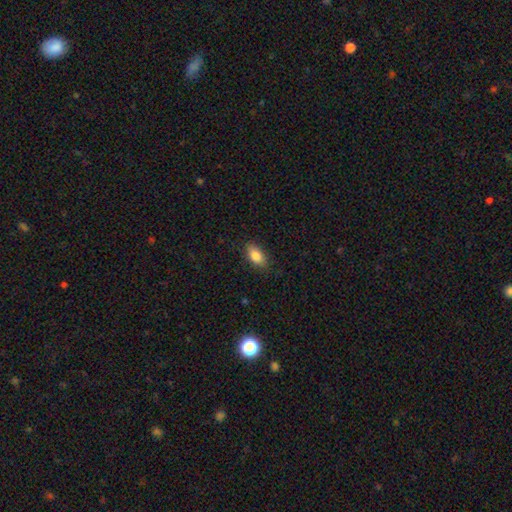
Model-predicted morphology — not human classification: This is clearly a smooth galaxy (85%). How rounded: clearly in between (89%). Merging: clearly none (84%).